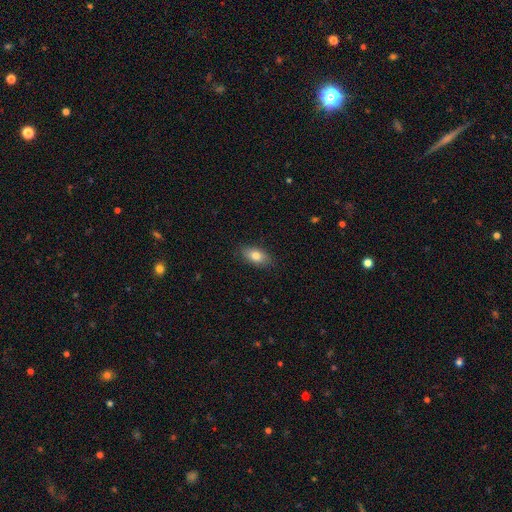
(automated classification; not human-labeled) A smooth galaxy with no disk features (78%) that is in between round and cigar-shaped (88%).

Vote fractions:
- Smooth or featured? smooth: 78% / featured or disk: 15% / star or artifact: 7%
- How rounded? in between: 88% / cigar-shaped: 7% / round: 5%
- Merging? none: 86% / minor disturbance: 11% / major disturbance: 2% / merger: 1%